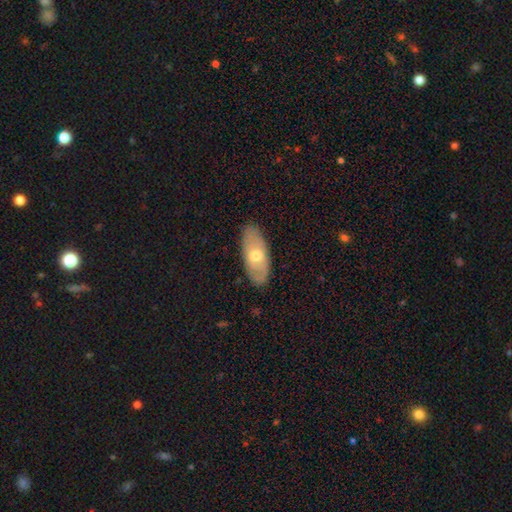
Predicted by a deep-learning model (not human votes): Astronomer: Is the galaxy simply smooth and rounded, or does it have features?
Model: smooth — 54% (runner-up: featured or disk, 40%).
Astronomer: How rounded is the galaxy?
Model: in between — 88%.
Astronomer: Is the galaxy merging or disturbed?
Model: none — 86%.